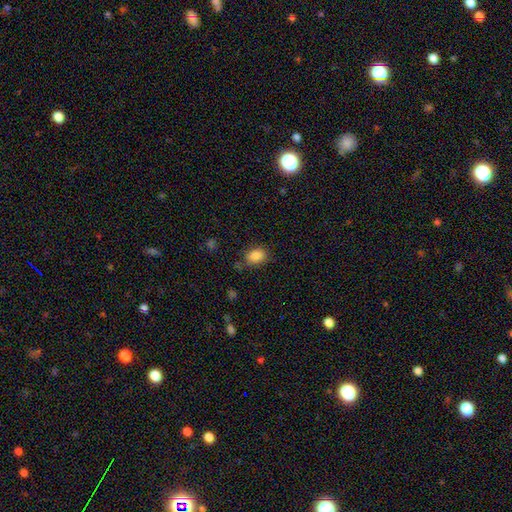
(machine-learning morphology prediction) Overall: smooth (86%). How rounded: in between (79%). Merging: none (75%).